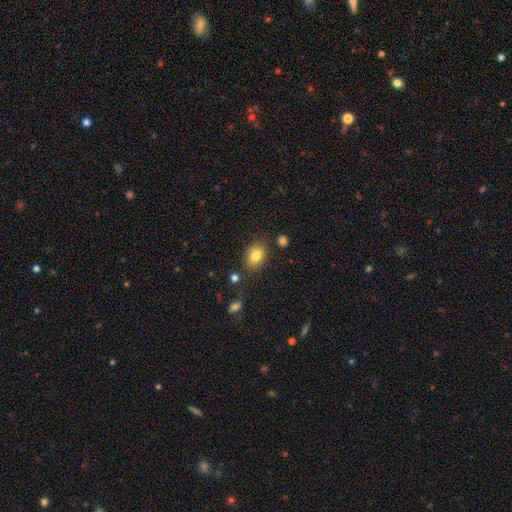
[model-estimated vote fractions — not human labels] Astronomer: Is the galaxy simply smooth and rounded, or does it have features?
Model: smooth — 82%.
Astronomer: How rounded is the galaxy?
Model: in between — 62%.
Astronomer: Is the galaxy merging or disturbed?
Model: none — 78%.